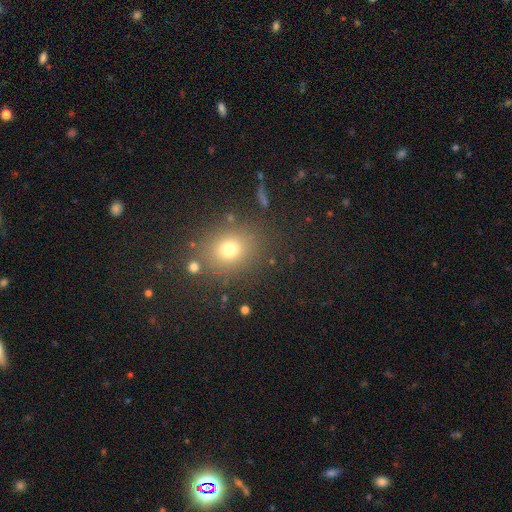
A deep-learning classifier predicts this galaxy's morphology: Smooth or featured? smooth (61%)
How rounded? round (71%)
Merging? none (84%)